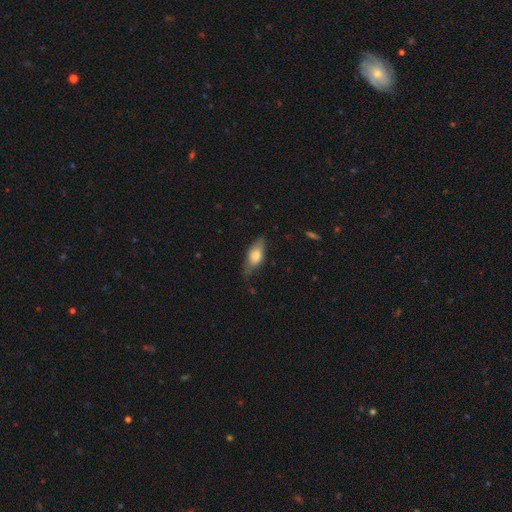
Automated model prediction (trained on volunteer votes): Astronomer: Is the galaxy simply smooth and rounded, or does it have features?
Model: smooth — 67%.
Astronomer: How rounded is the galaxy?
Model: in between — 79%.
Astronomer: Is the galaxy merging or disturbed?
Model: none — 61%.